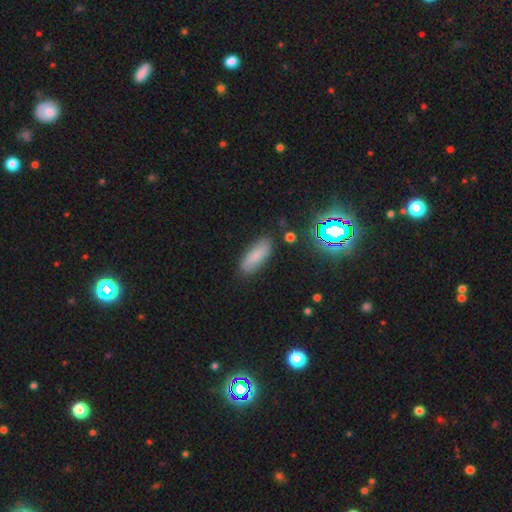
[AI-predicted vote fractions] Smooth or featured?
  - smooth: 75% *
  - featured or disk: 13%
  - star or artifact: 12%
How rounded?
  - in between: 67% *
  - cigar-shaped: 31%
  - round: 3%
Merging?
  - none: 83% *
  - minor disturbance: 13%
  - major disturbance: 3%
  - merger: 2%